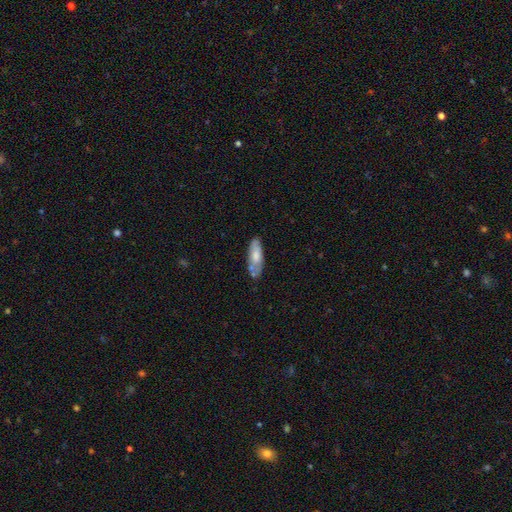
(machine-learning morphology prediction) Overall: smooth (63%; featured or disk 31%). How rounded: in between (64%; cigar-shaped 34%). Merging: none (61%; minor disturbance 24%).